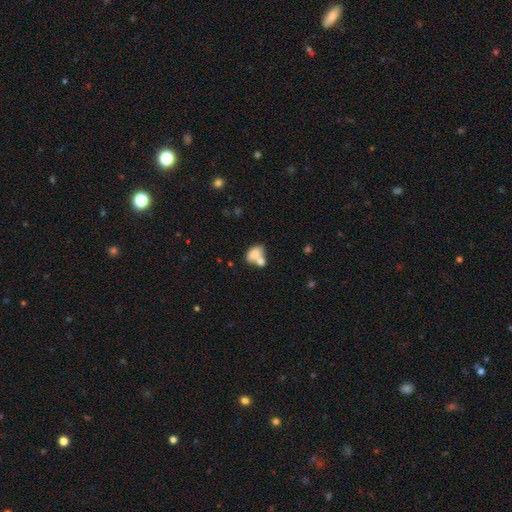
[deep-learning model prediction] This is likely a smooth galaxy (72%). How rounded: clearly in between (81%). Merging: possibly merger (57%).